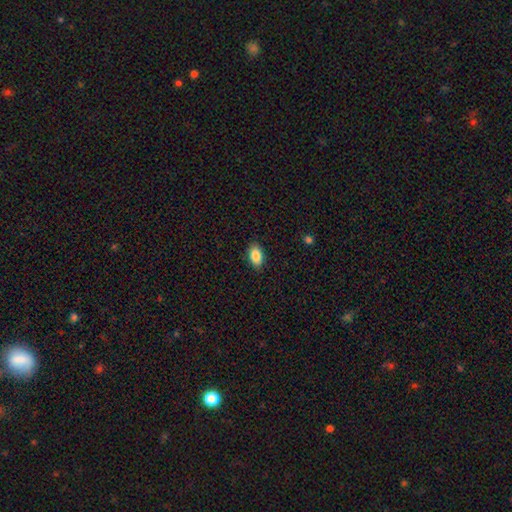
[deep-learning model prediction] smooth-or-featured: smooth: 86% | star or artifact: 7% | featured or disk: 6%
  how-rounded: in between: 91% | round: 7% | cigar-shaped: 2%
  merging: none: 89% | minor disturbance: 8% | major disturbance: 2% | merger: 1%